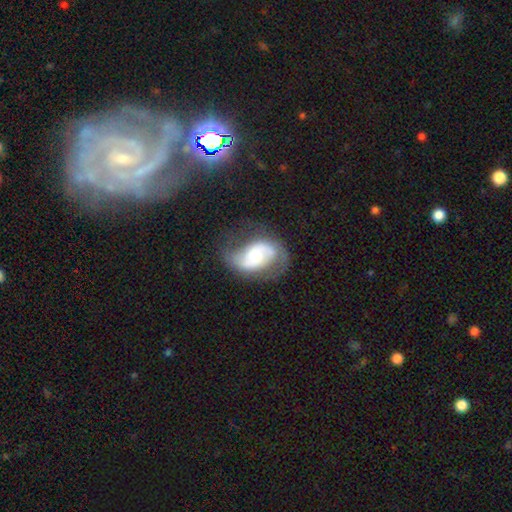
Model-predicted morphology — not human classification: Smooth or featured? Predicted: featured or disk (p=0.77). Edge-on disk? Predicted: no (p=0.97). Bar? Predicted: no (p=0.51). Spiral arms? Predicted: yes (p=0.91). Spiral winding? Predicted: medium (p=0.46). Spiral arm count? Predicted: 2 (p=0.84). Bulge size? Predicted: moderate (p=0.49). Merging? Predicted: none (p=0.57).